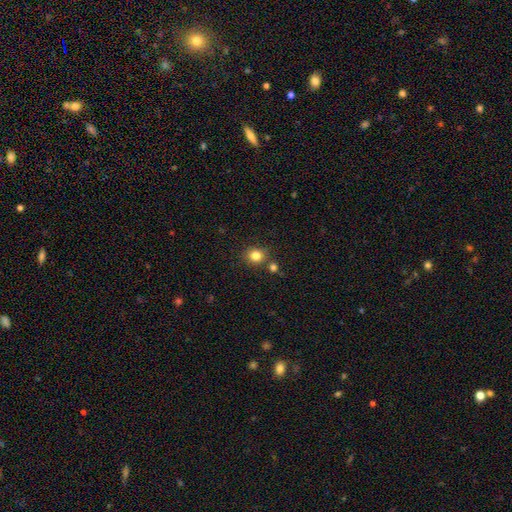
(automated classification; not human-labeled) This is clearly a smooth galaxy (82%). How rounded: likely round (79%). Merging: likely none (79%).